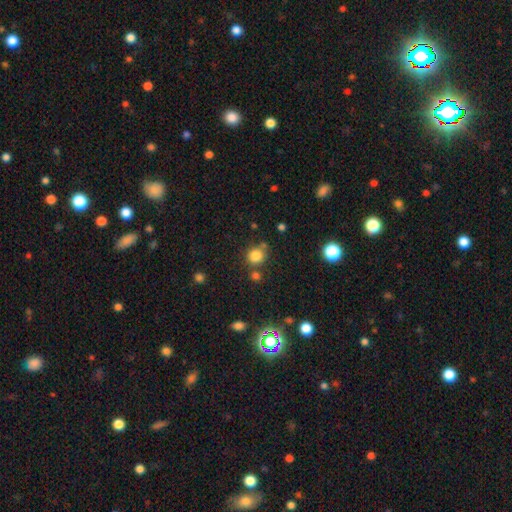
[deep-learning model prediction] smooth_or_featured: smooth (p=0.81) [alt: star or artifact p=0.13]
how_rounded: round (p=0.83) [alt: in between p=0.16]
merging: none (p=0.71) [alt: merger p=0.13]